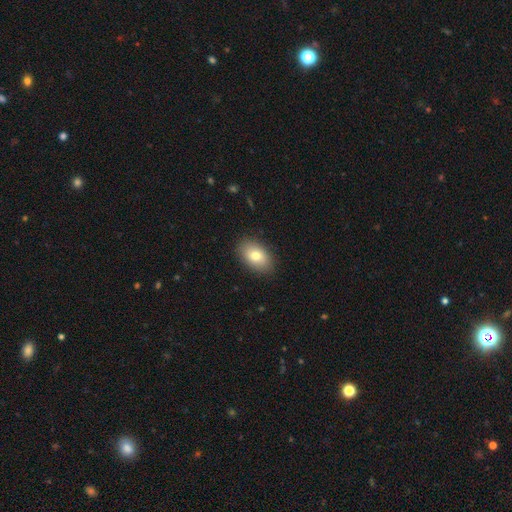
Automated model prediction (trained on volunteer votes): This is likely a smooth galaxy (77%). How rounded: clearly in between (88%). Merging: clearly none (88%).